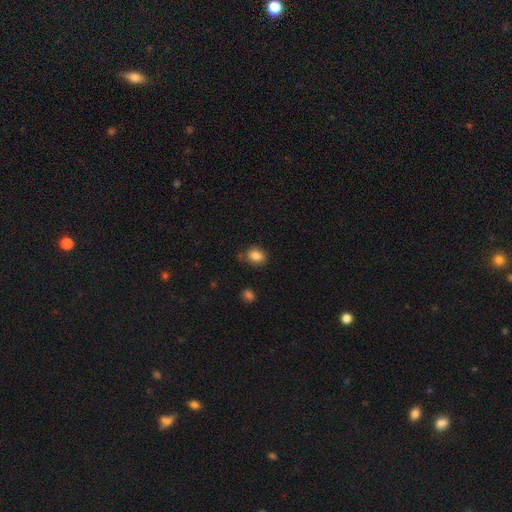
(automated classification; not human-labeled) The model was most divided on "how rounded": in between: 57%, round: 42%, cigar-shaped: 1%. More confident: smooth or featured — smooth (85%); merging — none (77%).